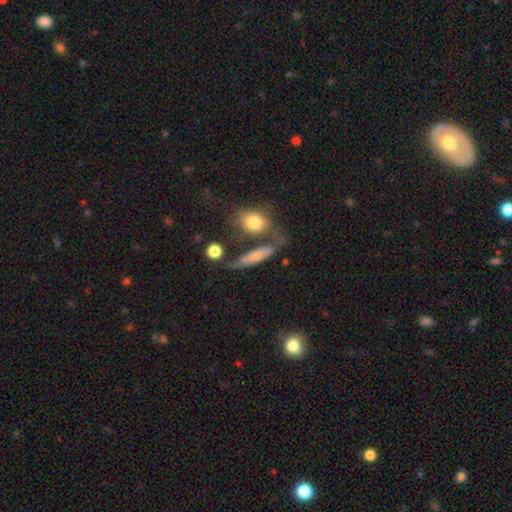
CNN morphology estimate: This is likely a smooth galaxy (61%). How rounded: possibly cigar-shaped (60%). Merging: possibly none (47%).